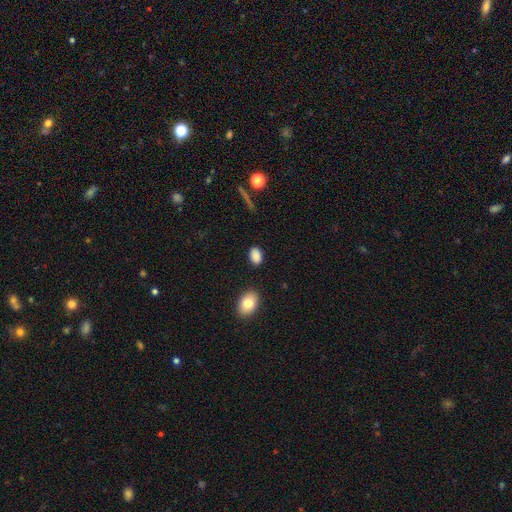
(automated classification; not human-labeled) A smooth galaxy with no disk features (87%) that is in between round and cigar-shaped (85%).

Vote fractions:
- Smooth or featured? smooth: 87% / star or artifact: 8% / featured or disk: 5%
- How rounded? in between: 85% / round: 13% / cigar-shaped: 2%
- Merging? none: 85% / minor disturbance: 10% / major disturbance: 3% / merger: 2%